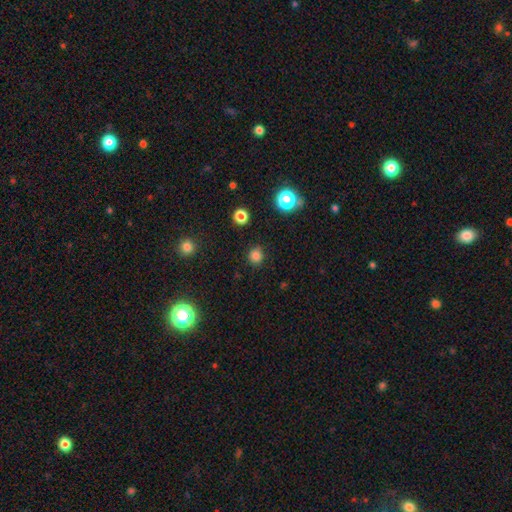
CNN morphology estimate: smooth_or_featured: smooth (p=0.80) [alt: star or artifact p=0.16]
how_rounded: round (p=0.91) [alt: in between p=0.08]
merging: none (p=0.88) [alt: minor disturbance p=0.08]